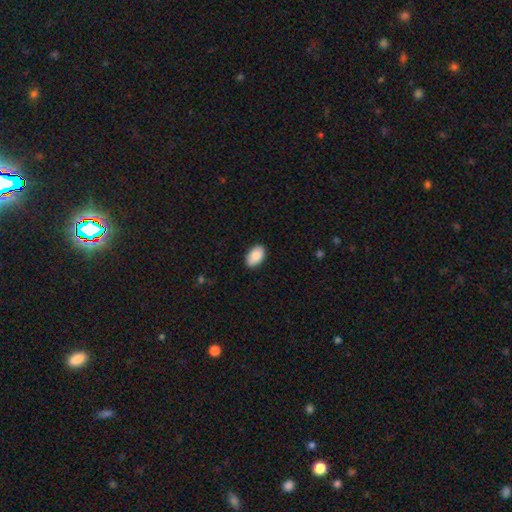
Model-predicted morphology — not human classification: The model was most divided on "merging": none: 87%, minor disturbance: 10%, major disturbance: 2%, merger: 1%. More confident: how rounded — in between (93%); smooth or featured — smooth (86%).